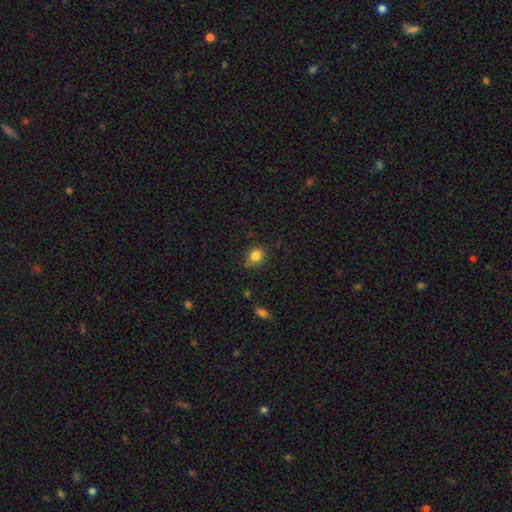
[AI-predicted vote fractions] Smooth or featured? smooth (83%)
How rounded? round (67%)
Merging? none (75%)